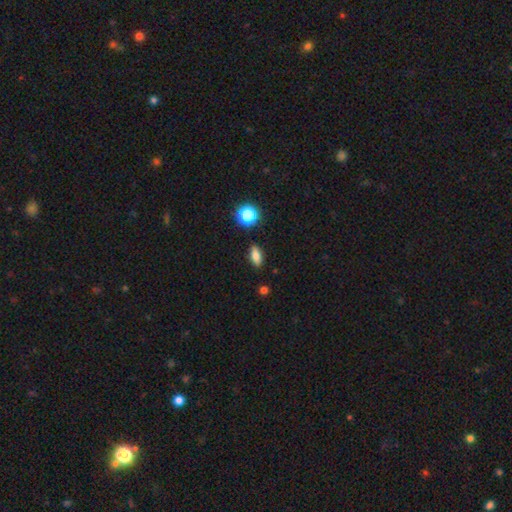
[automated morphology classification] Overall: smooth (78%). How rounded: in between (74%). Merging: none (88%).